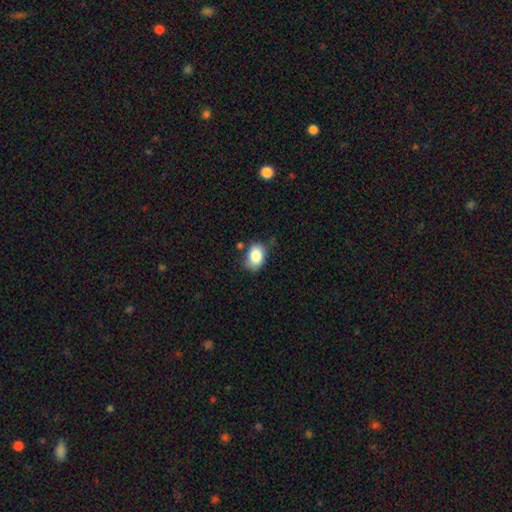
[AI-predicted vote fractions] This appears to be a smooth galaxy with no disk features (86%) that is in between round and cigar-shaped (72%). Merging: none (69%).